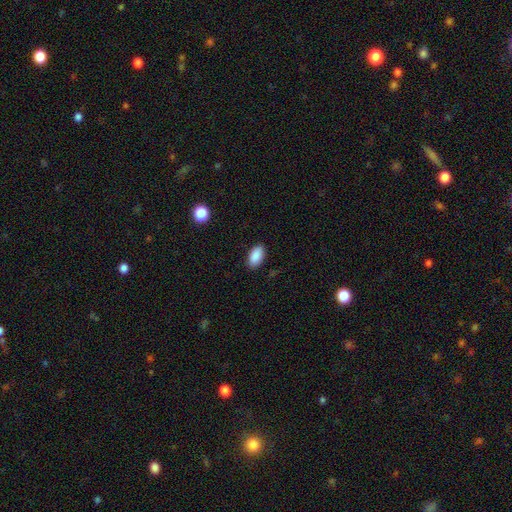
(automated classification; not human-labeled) Q: Smooth or featured?
A: smooth (90%); runner-up: star or artifact (7%)
Q: How rounded?
A: in between (94%); runner-up: round (4%)
Q: Merging?
A: none (88%); runner-up: minor disturbance (9%)